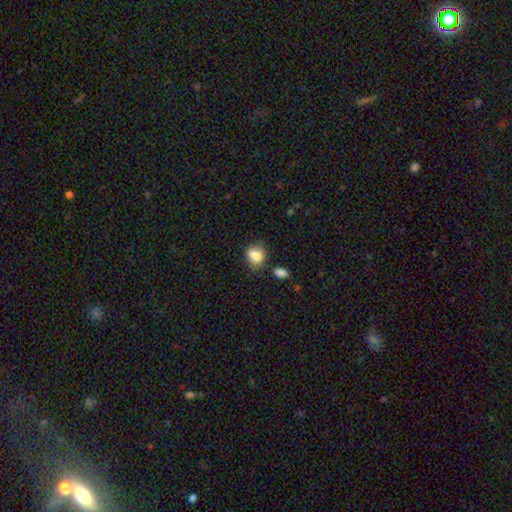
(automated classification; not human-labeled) The model was most divided on "how rounded": in between: 56%, round: 43%, cigar-shaped: 1%. More confident: smooth or featured — smooth (84%); merging — none (55%).